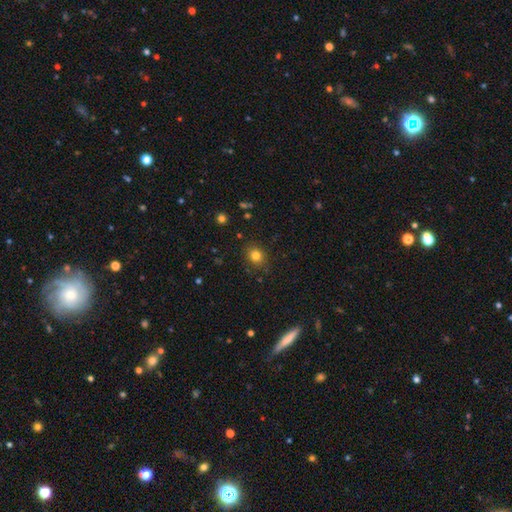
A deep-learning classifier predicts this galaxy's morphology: The model was most divided on "how rounded": round: 68%, in between: 31%, cigar-shaped: 1%. More confident: merging — none (84%); smooth or featured — smooth (80%).